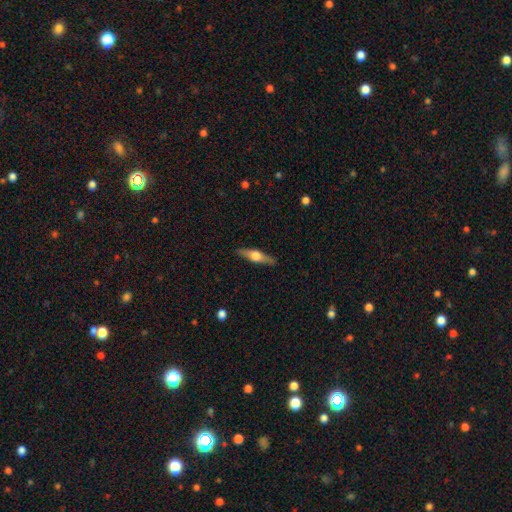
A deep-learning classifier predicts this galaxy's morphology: Overall: featured or disk (61%; smooth 33%). Edge-on disk: yes (95%). Edge-on bulge: rounded (93%). Merging: none (89%).